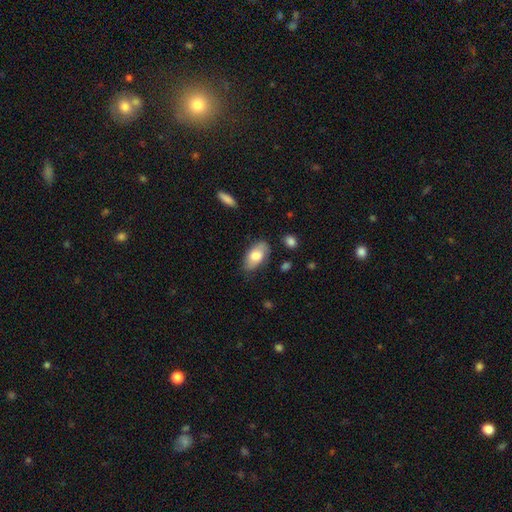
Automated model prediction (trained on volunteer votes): Morphology: type=smooth (73%); roundness=in between (93%); merging=none (71%).